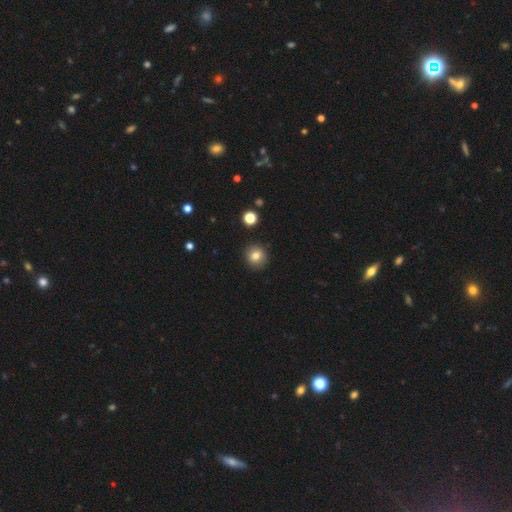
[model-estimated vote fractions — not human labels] Overall: smooth (81%). How rounded: round (91%). Merging: none (91%).